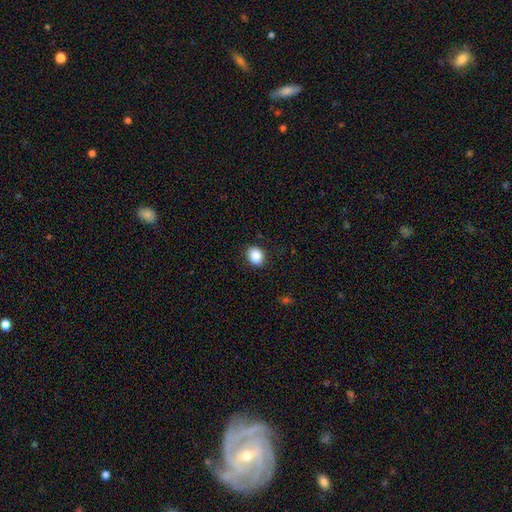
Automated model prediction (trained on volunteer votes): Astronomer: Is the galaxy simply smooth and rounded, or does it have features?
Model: smooth — 88%.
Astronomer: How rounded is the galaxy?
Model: round — 58% (runner-up: in between, 41%).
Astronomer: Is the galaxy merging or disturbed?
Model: none — 87%.